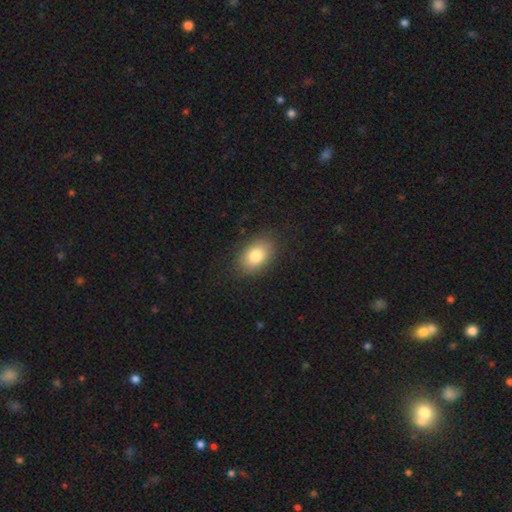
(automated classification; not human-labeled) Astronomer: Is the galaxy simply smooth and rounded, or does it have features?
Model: smooth — 82%.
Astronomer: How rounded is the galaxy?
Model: in between — 86%.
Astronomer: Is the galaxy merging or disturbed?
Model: none — 85%.